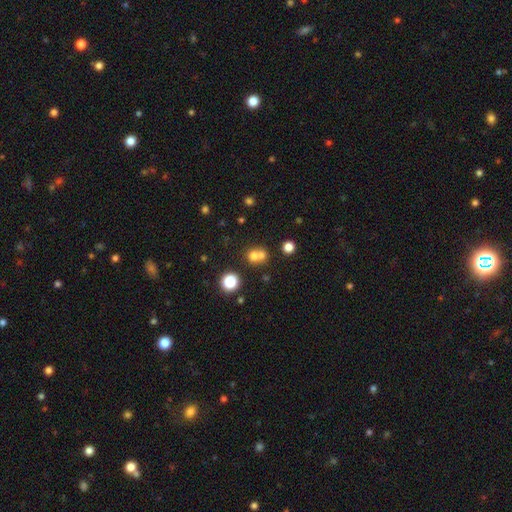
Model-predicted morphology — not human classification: A smooth galaxy with no disk features (69%) that is round (80%). Merging: merger (54%).